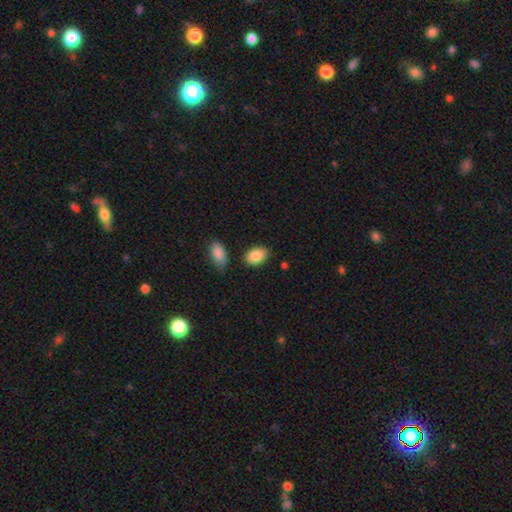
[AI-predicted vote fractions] smooth_or_featured: smooth (p=0.88) [alt: star or artifact p=0.07]
how_rounded: in between (p=0.88) [alt: round p=0.10]
merging: none (p=0.82) [alt: minor disturbance p=0.11]